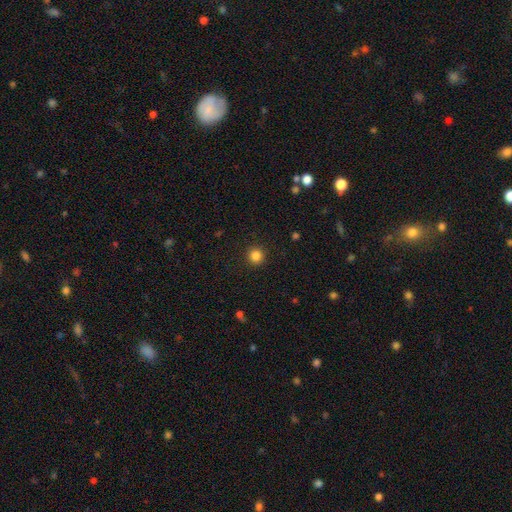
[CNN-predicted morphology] smooth-or-featured: smooth: 84% | star or artifact: 12% | featured or disk: 4%
  how-rounded: round: 93% | in between: 6% | cigar-shaped: 1%
  merging: none: 92% | minor disturbance: 5% | major disturbance: 2% | merger: 1%